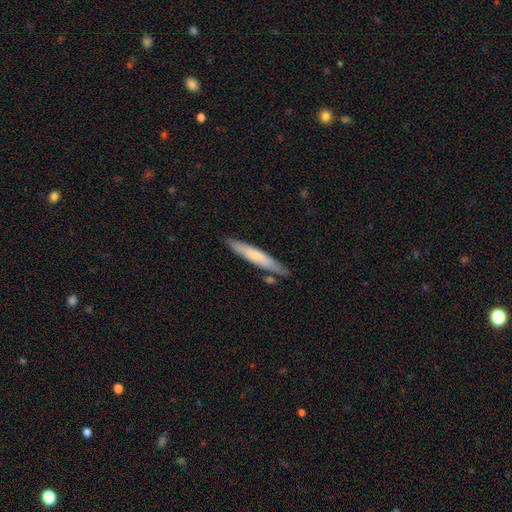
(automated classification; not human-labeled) smooth-or-featured: smooth: 63% | featured or disk: 32% | star or artifact: 5%
  how-rounded: cigar-shaped: 92% | in between: 6% | round: 1%
  merging: none: 82% | minor disturbance: 12% | merger: 4% | major disturbance: 2%